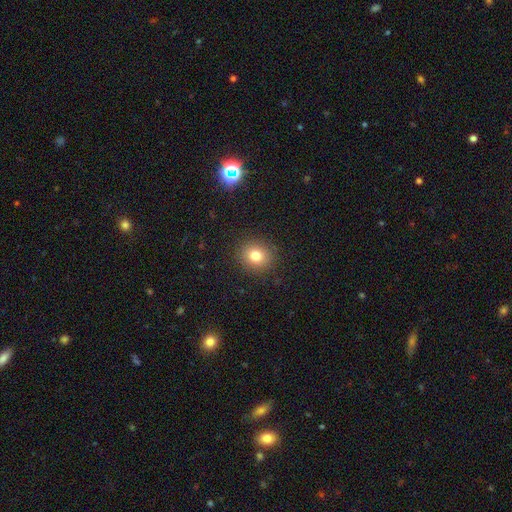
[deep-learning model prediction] A smooth galaxy with no disk features (79%) that is round (81%). Merging: none (89%).